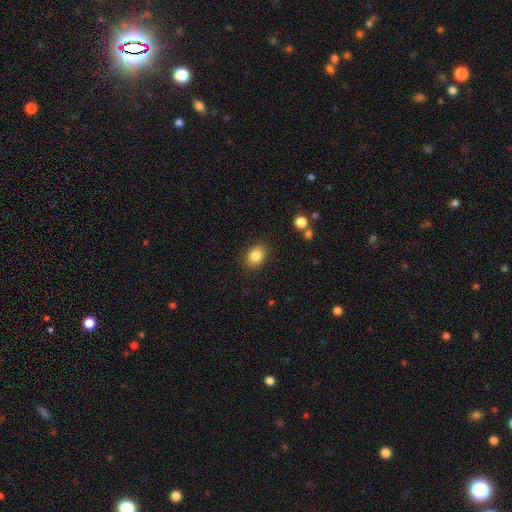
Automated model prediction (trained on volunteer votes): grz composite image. It shows a smooth galaxy with no disk features (85%) that is in between round and cigar-shaped (66%). Merging: none (87%).